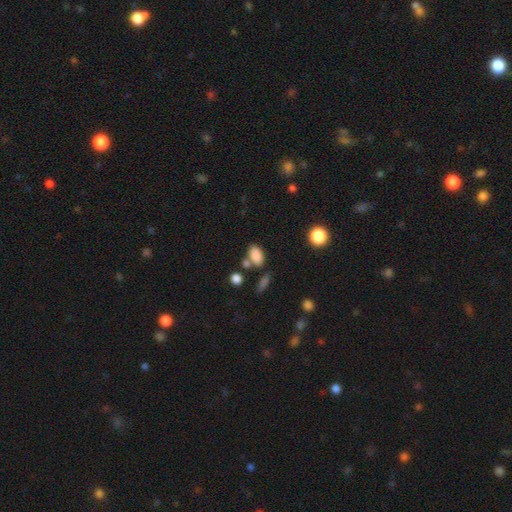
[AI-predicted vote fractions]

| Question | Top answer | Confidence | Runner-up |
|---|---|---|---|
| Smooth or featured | smooth | 84% | star or artifact (10%) |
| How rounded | in between | 89% | round (10%) |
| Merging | none | 61% | merger (20%) |